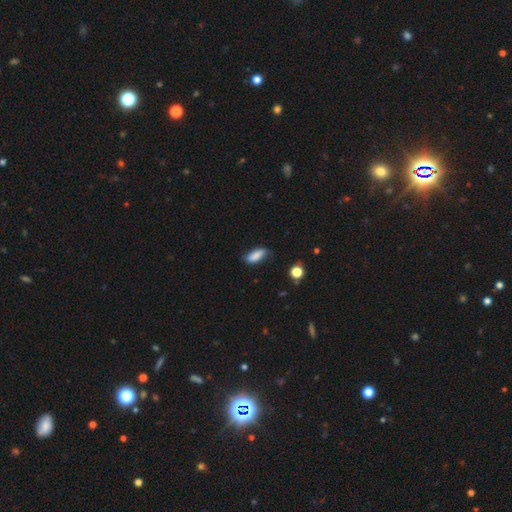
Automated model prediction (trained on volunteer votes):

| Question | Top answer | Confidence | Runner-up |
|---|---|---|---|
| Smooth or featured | smooth | 81% | featured or disk (11%) |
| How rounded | in between | 78% | cigar-shaped (19%) |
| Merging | none | 62% | minor disturbance (30%) |